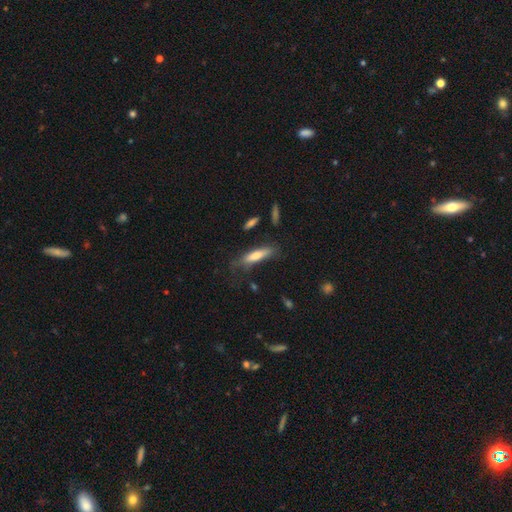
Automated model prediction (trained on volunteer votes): Smooth or featured? smooth (66%)
How rounded? cigar-shaped (71%)
Merging? none (57%)